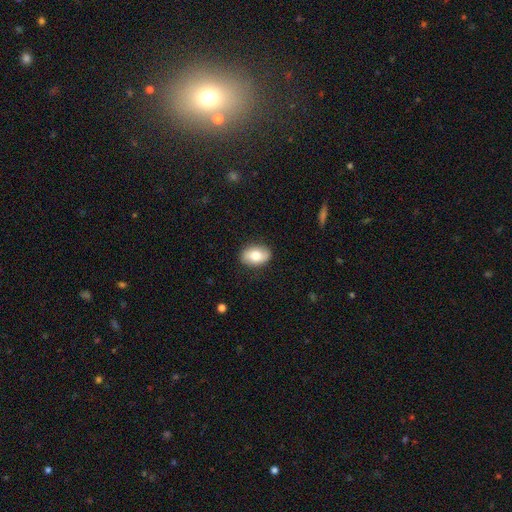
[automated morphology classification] Smooth or featured? Predicted: smooth (p=0.73). How rounded? Predicted: in between (p=0.83). Merging? Predicted: none (p=0.86).